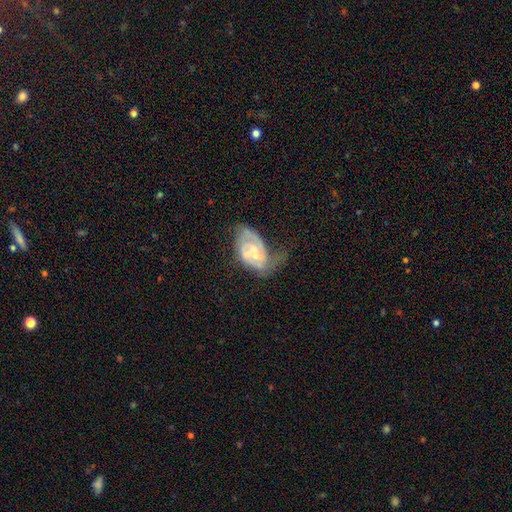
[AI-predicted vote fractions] Smooth or featured?
  - featured or disk: 76% *
  - smooth: 17%
  - star or artifact: 7%
Edge-on disk?
  - no: 97% *
  - yes: 3%
Bar?
  - weak: 47% *
  - no: 40%
  - strong: 13%
Spiral arms?
  - yes: 88% *
  - no: 12%
Spiral winding?
  - tight: 45% *
  - medium: 39%
  - loose: 15%
Spiral arm count?
  - 2: 55% *
  - can't tell: 22%
  - 1: 12%
  - 3: 7%
  - 4: 2%
  - more than 4: 2%
Bulge size?
  - small: 53% *
  - moderate: 28%
  - none: 14%
  - large: 3%
  - dominant: 1%
Merging?
  - none: 36% *
  - minor disturbance: 29%
  - major disturbance: 29%
  - merger: 6%